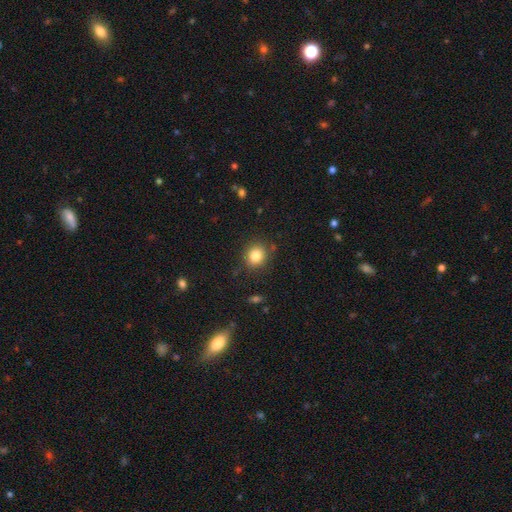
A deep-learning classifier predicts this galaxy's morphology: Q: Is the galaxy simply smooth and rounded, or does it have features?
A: smooth — 83%.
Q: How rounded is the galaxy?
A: round — 80%.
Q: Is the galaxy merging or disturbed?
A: none — 85%.